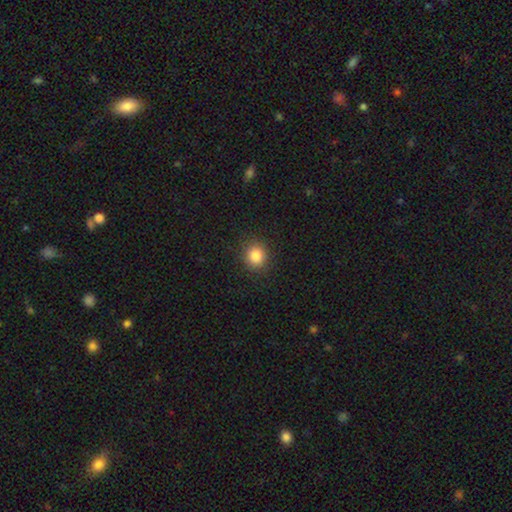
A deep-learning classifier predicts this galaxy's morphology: The model was most divided on "how rounded": round: 82%, in between: 17%, cigar-shaped: 1%. More confident: merging — none (89%); smooth or featured — smooth (85%).